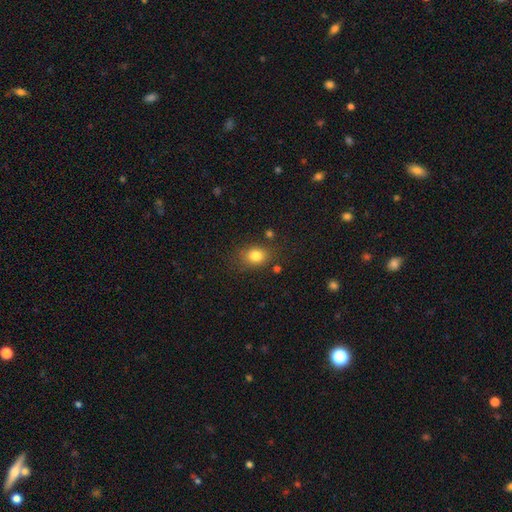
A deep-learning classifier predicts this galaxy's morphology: This is clearly a smooth galaxy (81%). How rounded: possibly in between (57%). Merging: likely none (76%).